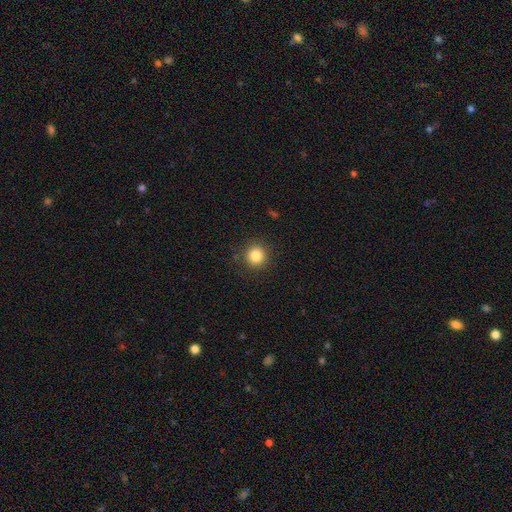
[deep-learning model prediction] Smooth or featured?
  - smooth: 84% *
  - star or artifact: 11%
  - featured or disk: 5%
How rounded?
  - round: 93% *
  - in between: 6%
  - cigar-shaped: 1%
Merging?
  - none: 89% *
  - minor disturbance: 7%
  - major disturbance: 3%
  - merger: 1%